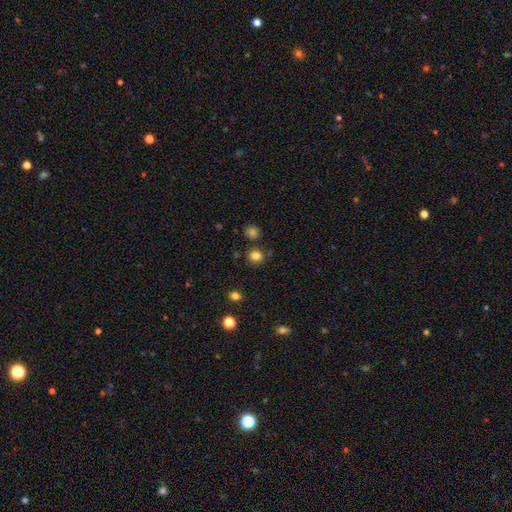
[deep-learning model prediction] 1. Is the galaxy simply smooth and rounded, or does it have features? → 81% smooth, 14% star or artifact, 5% featured or disk.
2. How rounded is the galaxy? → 78% round, 21% in between, 1% cigar-shaped.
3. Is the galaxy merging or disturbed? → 80% none, 10% minor disturbance, 6% merger, 3% major disturbance.